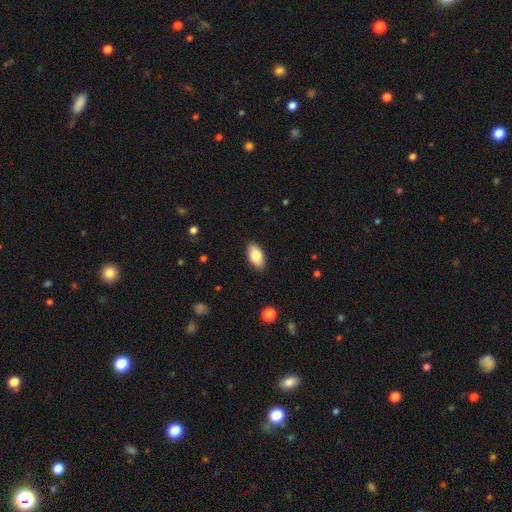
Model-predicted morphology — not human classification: Smooth or featured? smooth (81%)
How rounded? in between (92%)
Merging? none (89%)